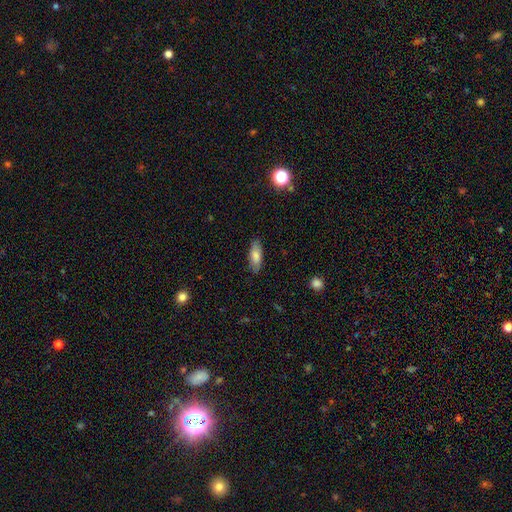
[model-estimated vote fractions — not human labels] Smooth or featured? Predicted: smooth (p=0.79). How rounded? Predicted: in between (p=0.69). Merging? Predicted: none (p=0.84).